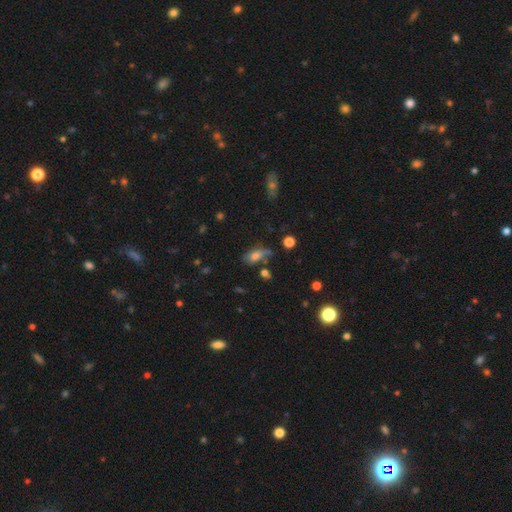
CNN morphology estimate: Overall: smooth (72%). How rounded: in between (81%). Merging: none (49%; minor disturbance 28%).